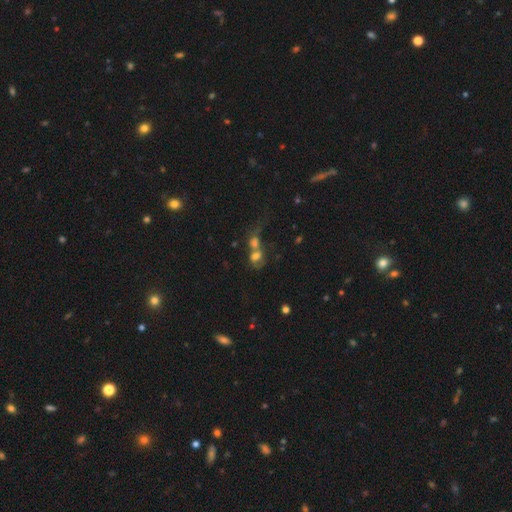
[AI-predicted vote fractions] smooth 57%, featured or disk 27%, star or artifact 16%. Down the decision tree: how rounded — in between (52%); merging — merger (70%).